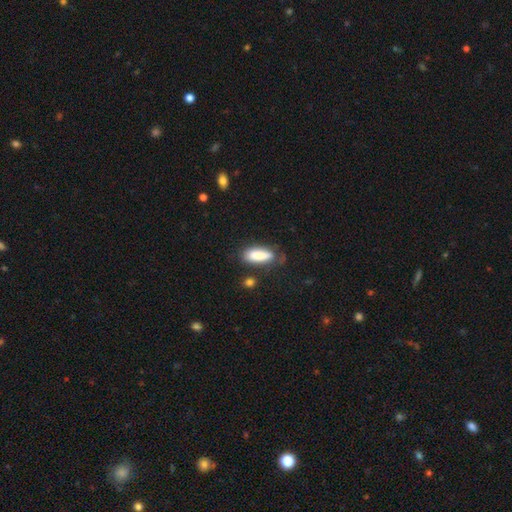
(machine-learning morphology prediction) smooth-or-featured: smooth: 80% | featured or disk: 13% | star or artifact: 7%
  how-rounded: in between: 66% | cigar-shaped: 32% | round: 2%
  merging: none: 62% | minor disturbance: 24% | major disturbance: 9% | merger: 5%